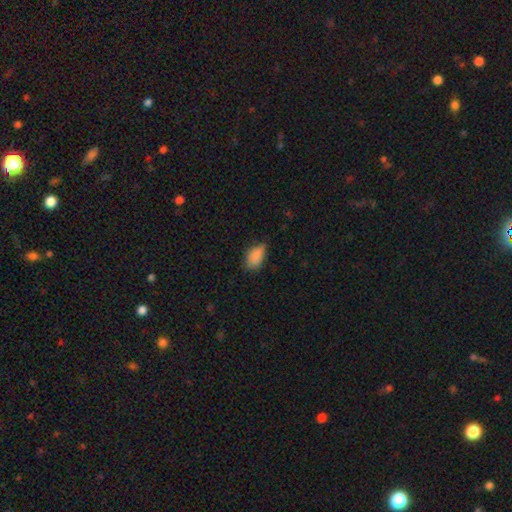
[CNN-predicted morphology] Q: Smooth or featured?
A: smooth (85%); runner-up: star or artifact (9%)
Q: How rounded?
A: in between (89%); runner-up: round (8%)
Q: Merging?
A: none (49%); runner-up: minor disturbance (40%)